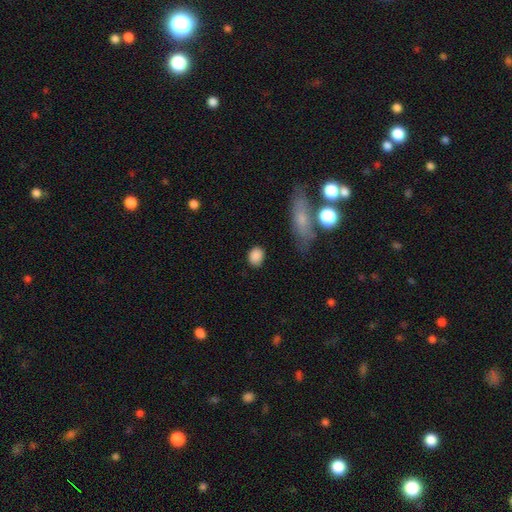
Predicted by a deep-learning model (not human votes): The model was most divided on "how rounded": in between: 54%, round: 44%, cigar-shaped: 2%. More confident: smooth or featured — smooth (88%); merging — none (83%).